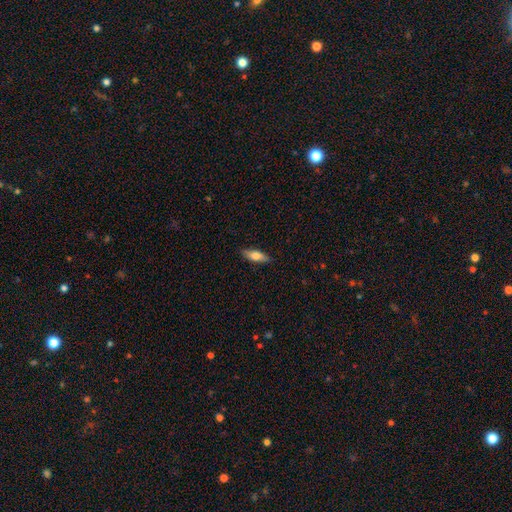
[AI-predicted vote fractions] Overall: smooth (69%). How rounded: in between (59%; cigar-shaped 39%). Merging: none (87%).